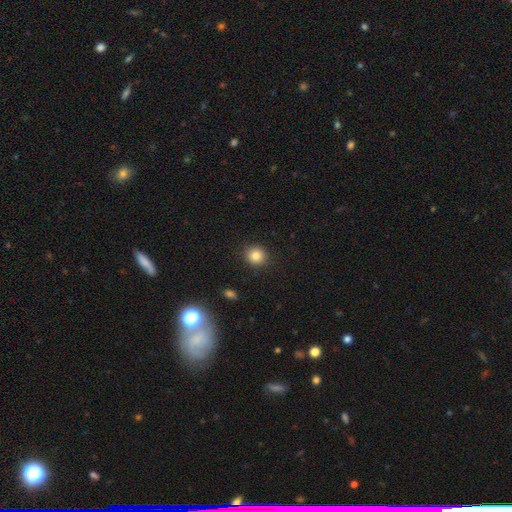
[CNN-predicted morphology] A smooth galaxy with no disk features (83%) that is round (87%). Merging: none (90%).